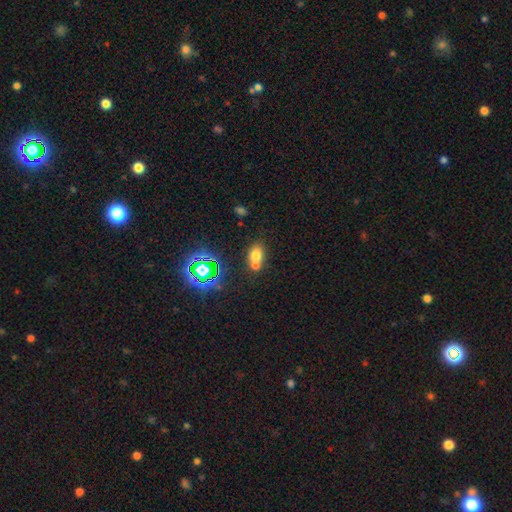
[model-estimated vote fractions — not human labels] Morphology: type=smooth (68%); roundness=in between (61%); merging=merger (48%).